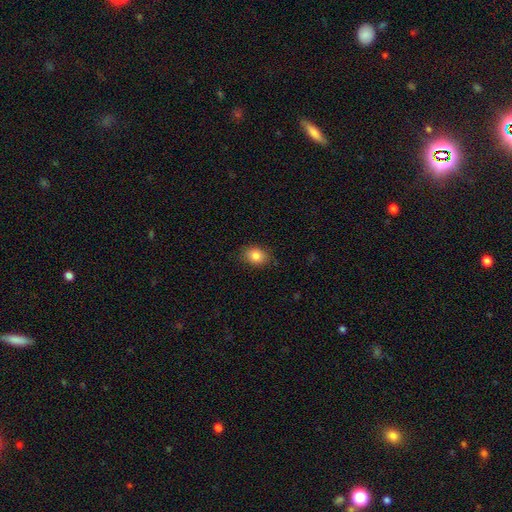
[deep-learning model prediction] smooth-or-featured: smooth: 84% | star or artifact: 9% | featured or disk: 7%
  how-rounded: in between: 64% | round: 35% | cigar-shaped: 1%
  merging: none: 83% | minor disturbance: 13% | major disturbance: 3% | merger: 1%